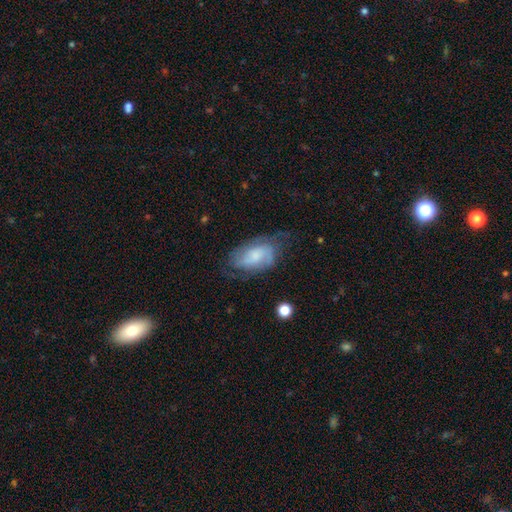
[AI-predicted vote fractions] featured or disk 58%, smooth 34%, star or artifact 8%. Down the decision tree: edge-on disk — no (95%); bar — no (58%); spiral arms — yes (84%); bulge size — small (36%); merging — none (53%).